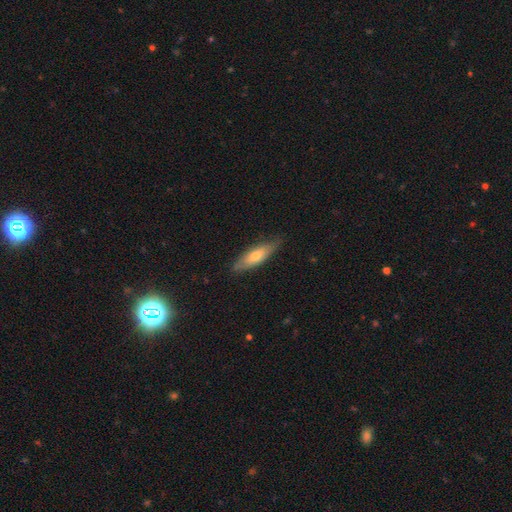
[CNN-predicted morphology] type=smooth (60%); roundness=cigar-shaped (56%); merging=none (79%).